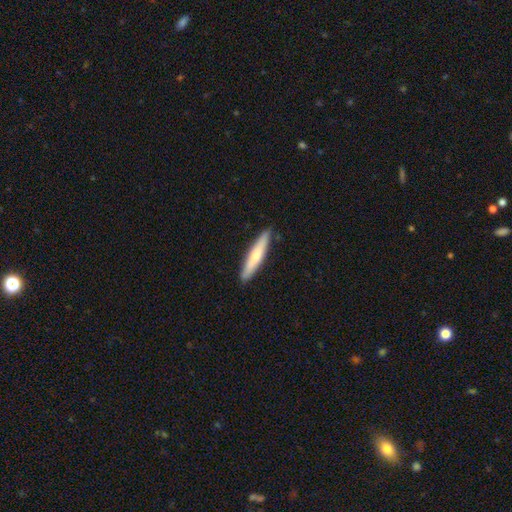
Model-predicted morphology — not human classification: The model was most divided on "smooth or featured": smooth: 64%, featured or disk: 32%, star or artifact: 5%. More confident: how rounded — cigar-shaped (90%); merging — none (89%).